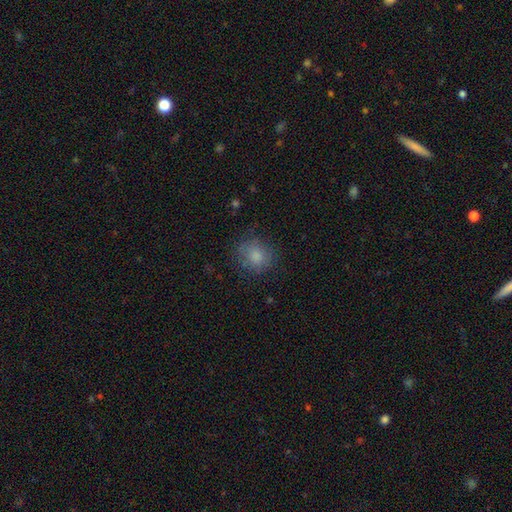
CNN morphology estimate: smooth-or-featured: smooth: 83% | star or artifact: 10% | featured or disk: 8%
  how-rounded: round: 80% | in between: 19% | cigar-shaped: 1%
  merging: none: 78% | minor disturbance: 16% | major disturbance: 6% | merger: 1%